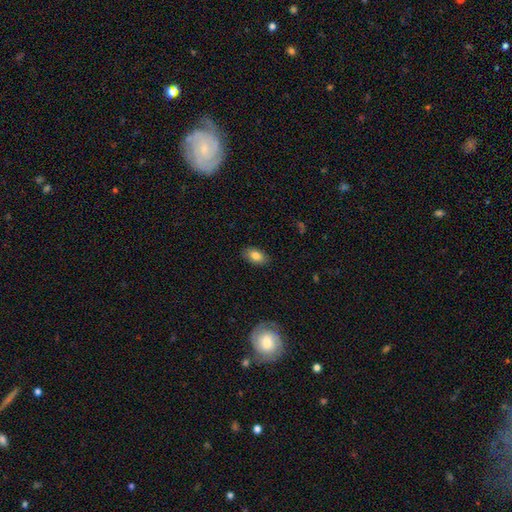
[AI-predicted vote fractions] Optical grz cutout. It shows a smooth galaxy with no disk features (82%) that is in between round and cigar-shaped (92%). Merging: none (87%).